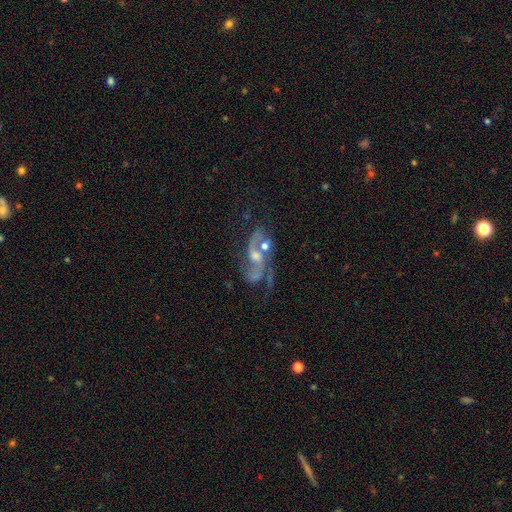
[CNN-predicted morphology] The model was most divided on "bulge size": small: 44%, moderate: 43%, none: 7%, large: 4%, dominant: 2%. Remaining: edge-on disk — no (94%); spiral arms — yes (84%); smooth or featured — featured or disk (76%); spiral arm count — 2 (61%); bar — no (52%); merging — none (46%); spiral winding — medium (41%).